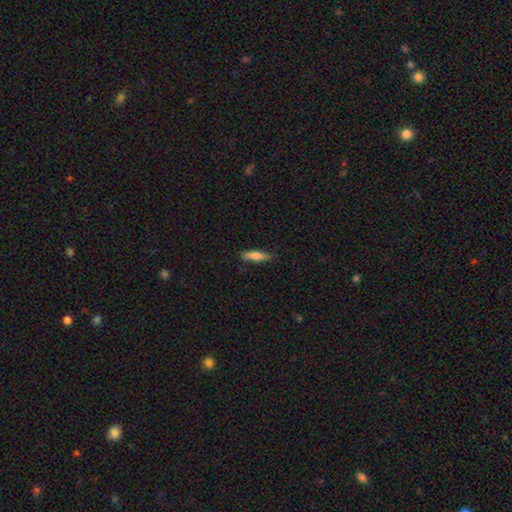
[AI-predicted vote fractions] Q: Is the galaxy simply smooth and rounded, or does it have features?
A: smooth — 75%.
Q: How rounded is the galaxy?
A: cigar-shaped — 70%.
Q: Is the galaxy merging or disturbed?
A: none — 82%.